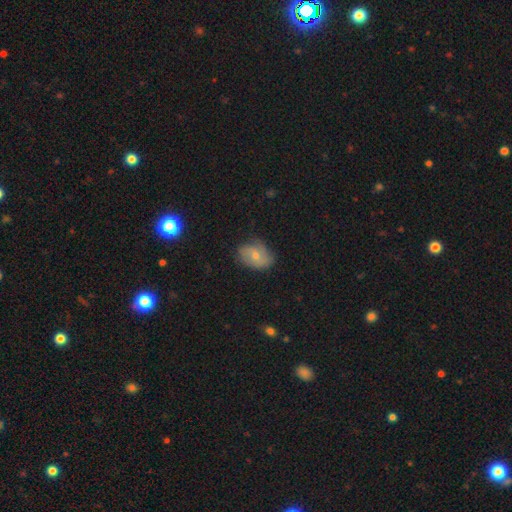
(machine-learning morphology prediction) Smooth or featured?
  - smooth: 51% *
  - featured or disk: 41%
  - star or artifact: 8%
How rounded?
  - in between: 71% *
  - round: 27%
  - cigar-shaped: 1%
Merging?
  - none: 66% *
  - minor disturbance: 26%
  - major disturbance: 7%
  - merger: 1%